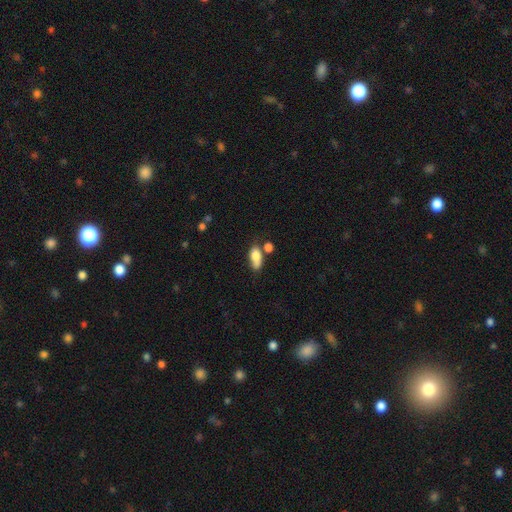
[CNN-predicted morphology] Smooth or featured? smooth (78%)
How rounded? in between (84%)
Merging? none (41%)